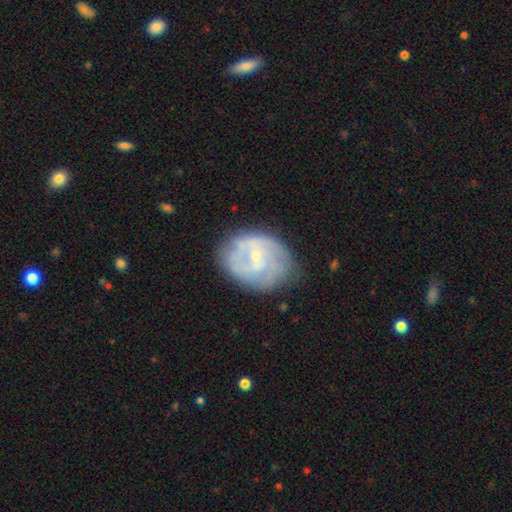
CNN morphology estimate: Overall: featured or disk (69%). Edge-on disk: no (97%). Bar: no (49%; weak 41%). Spiral arms: yes (71%). Bulge size: small (77%). Merging: none (62%; minor disturbance 25%).